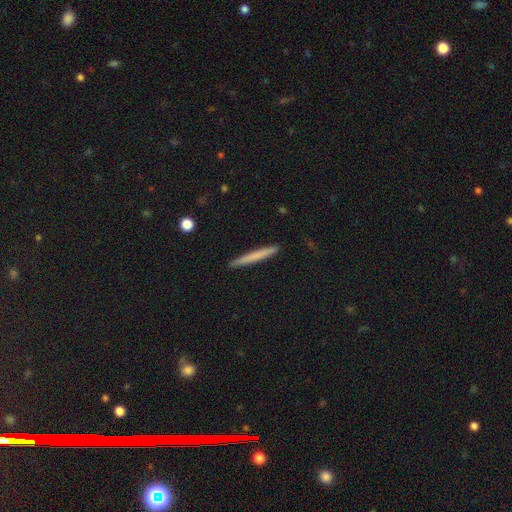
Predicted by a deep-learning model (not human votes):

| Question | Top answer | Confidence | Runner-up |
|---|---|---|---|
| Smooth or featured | smooth | 68% | featured or disk (27%) |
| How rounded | cigar-shaped | 97% | in between (2%) |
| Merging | none | 92% | minor disturbance (6%) |